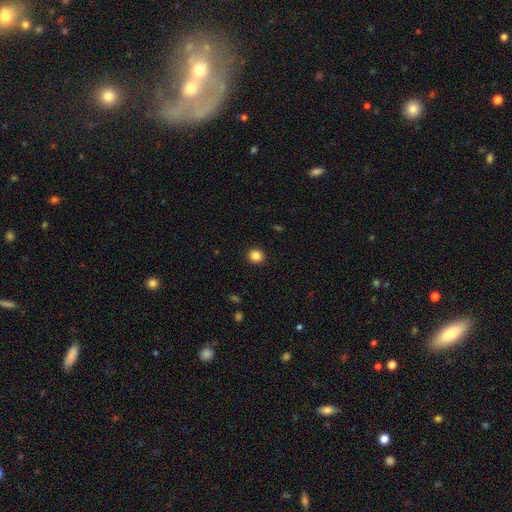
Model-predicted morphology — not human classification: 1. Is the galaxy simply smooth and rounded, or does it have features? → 85% smooth, 11% star or artifact, 4% featured or disk.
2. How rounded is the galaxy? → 88% round, 11% in between, 1% cigar-shaped.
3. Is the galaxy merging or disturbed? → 92% none, 5% minor disturbance, 2% major disturbance, 1% merger.